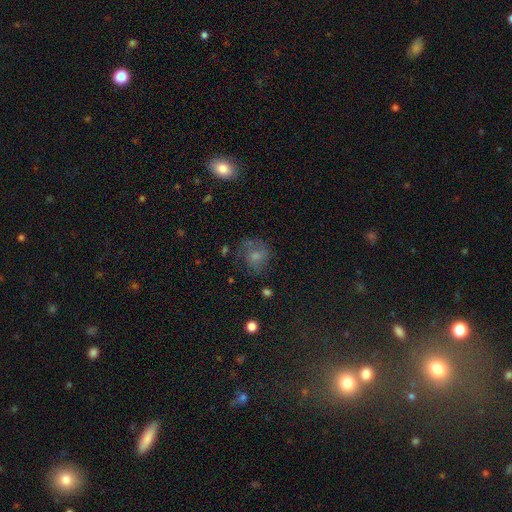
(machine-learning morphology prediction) Overall: smooth (63%; featured or disk 23%). How rounded: round (70%). Merging: none (51%; minor disturbance 24%).